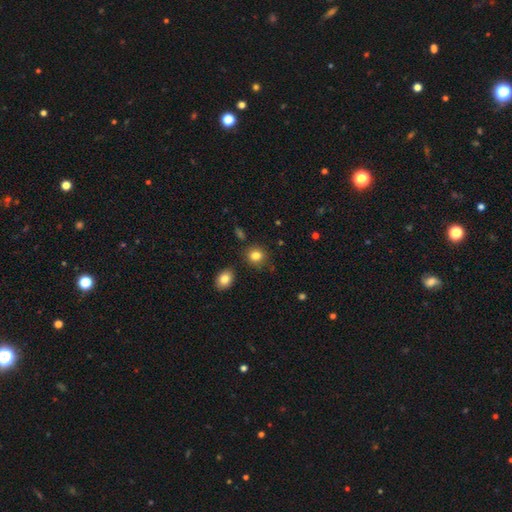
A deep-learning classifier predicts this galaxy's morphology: Smooth or featured: smooth — 83% (star or artifact — 11%)
How rounded: round — 81% (in between — 18%)
Merging: none — 84% (minor disturbance — 9%)